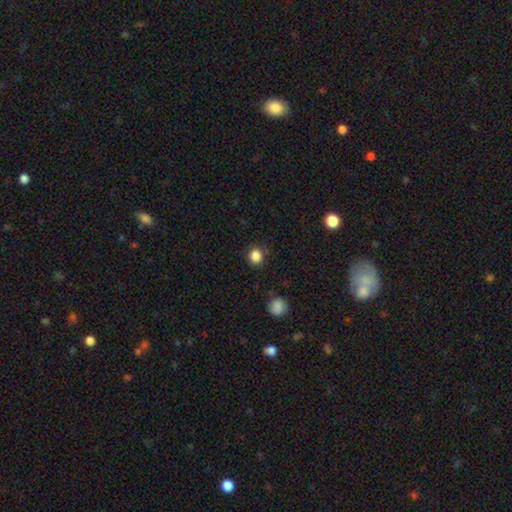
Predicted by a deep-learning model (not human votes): Smooth or featured? smooth (85%)
How rounded? round (81%)
Merging? none (85%)